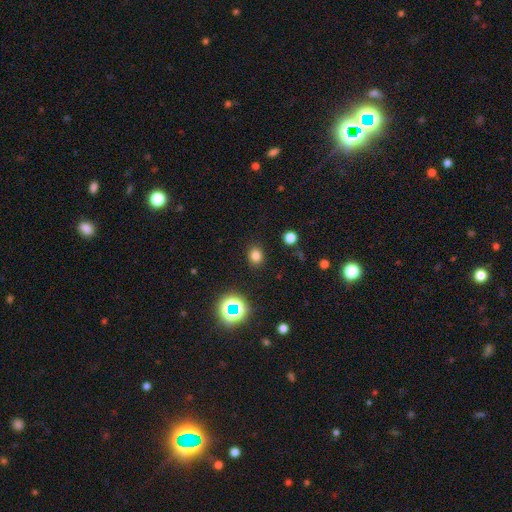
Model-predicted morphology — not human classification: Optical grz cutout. It shows a smooth galaxy with no disk features (77%) that is round (60%). Merging: none (89%).